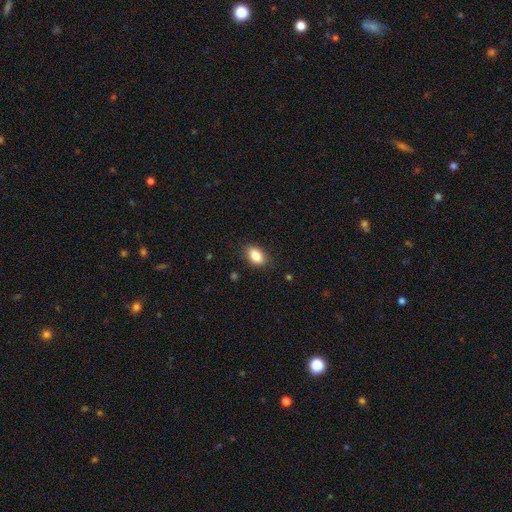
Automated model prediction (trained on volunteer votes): smooth_or_featured: smooth (p=0.85) [alt: star or artifact p=0.08]
how_rounded: in between (p=0.88) [alt: round p=0.09]
merging: none (p=0.85) [alt: minor disturbance p=0.11]